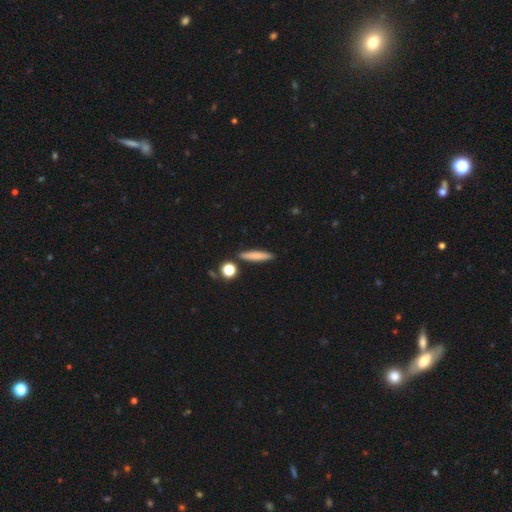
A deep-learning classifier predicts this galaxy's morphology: A smooth galaxy with no disk features (76%) that is cigar-shaped (85%). Merging: none (87%).